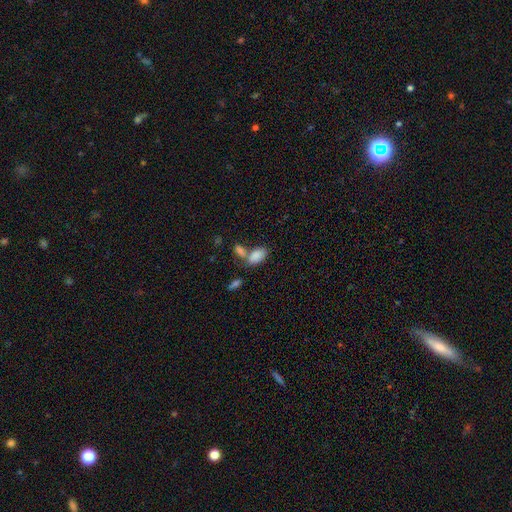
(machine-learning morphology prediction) A smooth galaxy with no disk features (85%) that is in between round and cigar-shaped (94%).

Vote fractions:
- Smooth or featured? smooth: 85% / star or artifact: 8% / featured or disk: 7%
- How rounded? in between: 94% / round: 4% / cigar-shaped: 2%
- Merging? merger: 43% / none: 41% / minor disturbance: 12% / major disturbance: 5%